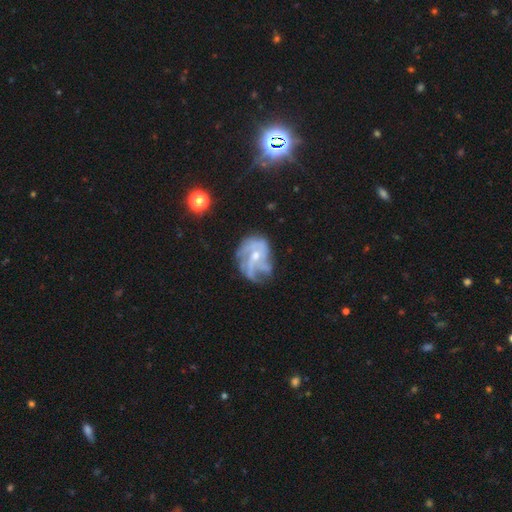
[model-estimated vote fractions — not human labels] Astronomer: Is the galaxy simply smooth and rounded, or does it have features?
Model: featured or disk — 79%.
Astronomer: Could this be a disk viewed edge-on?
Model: no — 98%.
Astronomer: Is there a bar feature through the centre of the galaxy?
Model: no — 61%.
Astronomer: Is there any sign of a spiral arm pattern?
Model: yes — 85%.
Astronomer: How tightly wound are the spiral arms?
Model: medium — 42% (runner-up: tight, 32%).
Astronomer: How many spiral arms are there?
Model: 3 — 31% (runner-up: can't tell, 28%).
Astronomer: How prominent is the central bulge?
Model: small — 54% (runner-up: moderate, 41%).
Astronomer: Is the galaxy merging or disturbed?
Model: none — 48% (runner-up: major disturbance, 24%).